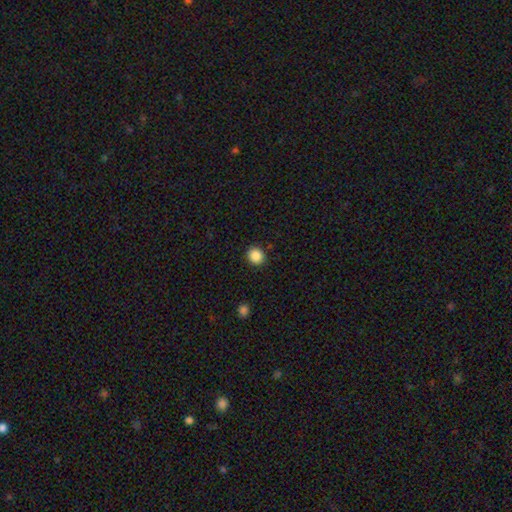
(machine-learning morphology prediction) smooth-or-featured: smooth: 87% | star or artifact: 10% | featured or disk: 3%
  how-rounded: round: 82% | in between: 17% | cigar-shaped: 1%
  merging: none: 90% | minor disturbance: 7% | major disturbance: 2% | merger: 1%